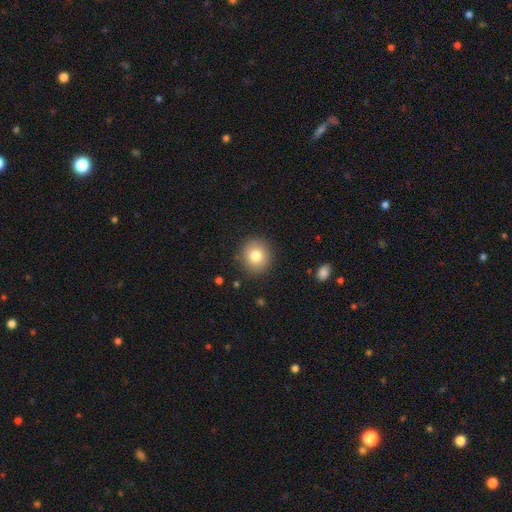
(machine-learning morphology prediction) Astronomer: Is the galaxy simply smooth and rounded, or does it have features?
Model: smooth — 79%.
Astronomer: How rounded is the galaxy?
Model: round — 87%.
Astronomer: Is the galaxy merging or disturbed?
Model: none — 89%.